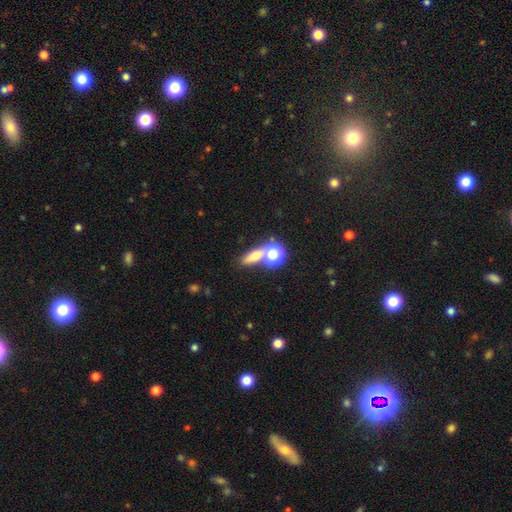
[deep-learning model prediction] A smooth galaxy with no disk features (62%) that is in between round and cigar-shaped (45%).

Vote fractions:
- Smooth or featured? smooth: 62% / star or artifact: 21% / featured or disk: 17%
- How rounded? in between: 45% / round: 32% / cigar-shaped: 23%
- Merging? none: 56% / merger: 30% / minor disturbance: 9% / major disturbance: 5%